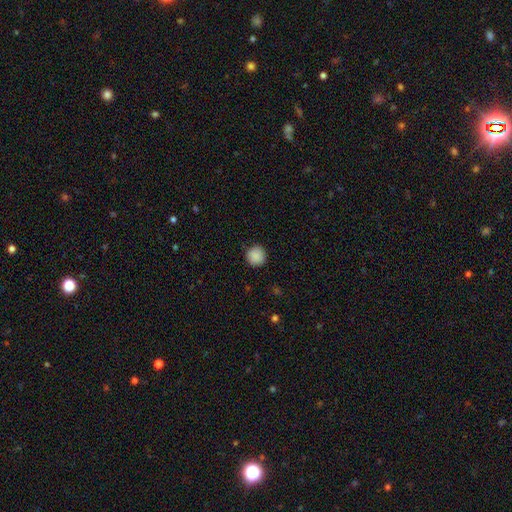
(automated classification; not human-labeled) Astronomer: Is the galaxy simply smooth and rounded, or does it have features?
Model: smooth — 89%.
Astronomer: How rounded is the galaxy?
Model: round — 94%.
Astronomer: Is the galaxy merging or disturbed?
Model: none — 90%.